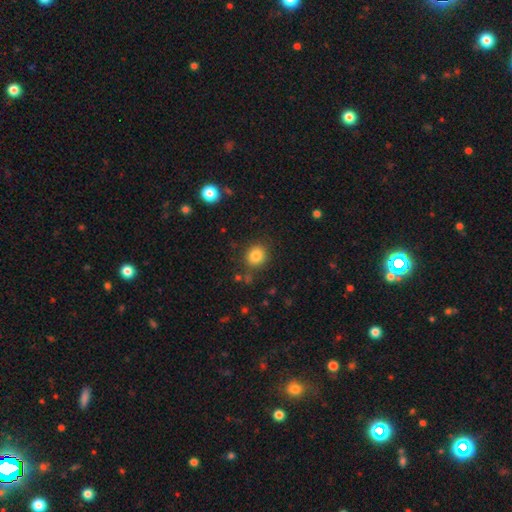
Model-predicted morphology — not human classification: smooth_or_featured: smooth (p=0.83) [alt: star or artifact p=0.11]
how_rounded: round (p=0.81) [alt: in between p=0.18]
merging: none (p=0.83) [alt: minor disturbance p=0.10]